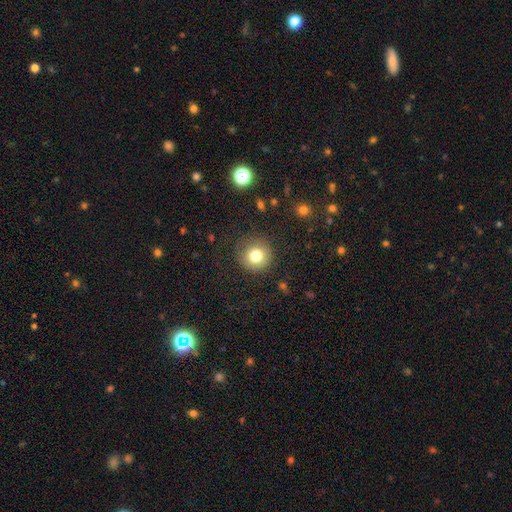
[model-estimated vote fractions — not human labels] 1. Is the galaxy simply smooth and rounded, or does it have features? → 78% smooth, 12% star or artifact, 10% featured or disk.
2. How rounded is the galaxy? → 93% round, 6% in between, 1% cigar-shaped.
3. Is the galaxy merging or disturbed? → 85% none, 9% minor disturbance, 4% major disturbance, 1% merger.